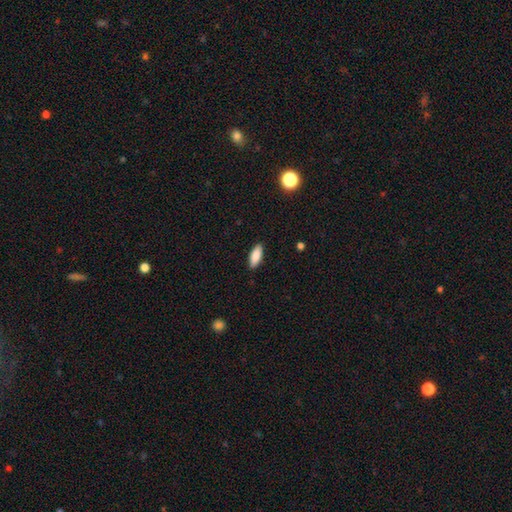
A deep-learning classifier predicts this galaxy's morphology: Q: Smooth or featured?
A: smooth (86%); runner-up: featured or disk (8%)
Q: How rounded?
A: in between (74%); runner-up: cigar-shaped (24%)
Q: Merging?
A: none (89%); runner-up: minor disturbance (8%)